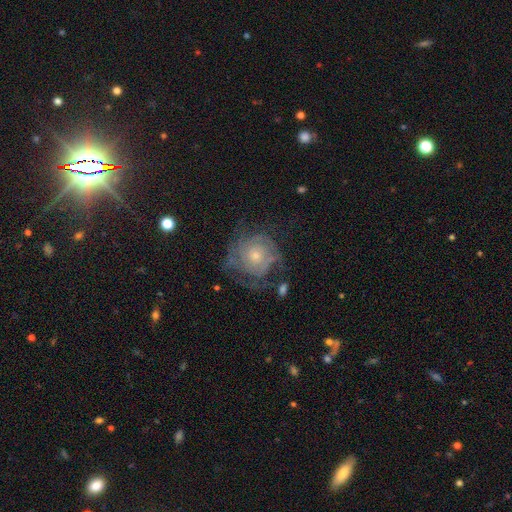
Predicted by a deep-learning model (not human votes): This is likely a featured or disk galaxy (76%). It is clearly not viewed edge-on (97%). Bar: clearly no (82%). Spiral arm pattern: clearly yes (88%). Spiral arm count: marginally can't tell (43%). Spiral winding: likely tight (68%). Central bulge: possibly small (57%). Merging: likely none (61%).